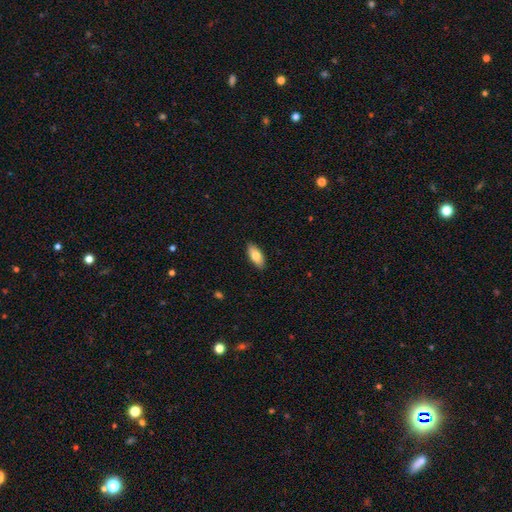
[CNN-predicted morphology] smooth_or_featured: smooth (p=0.78) [alt: featured or disk p=0.16]
how_rounded: in between (p=0.85) [alt: cigar-shaped p=0.12]
merging: none (p=0.89) [alt: minor disturbance p=0.08]